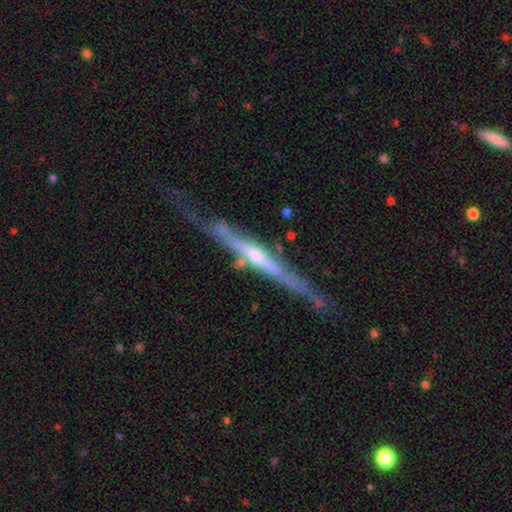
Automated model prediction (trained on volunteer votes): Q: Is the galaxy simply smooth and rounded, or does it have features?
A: featured or disk — 81%.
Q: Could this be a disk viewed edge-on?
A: yes — 95%.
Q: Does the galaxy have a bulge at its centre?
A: rounded — 66%.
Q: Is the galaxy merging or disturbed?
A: none — 63%.